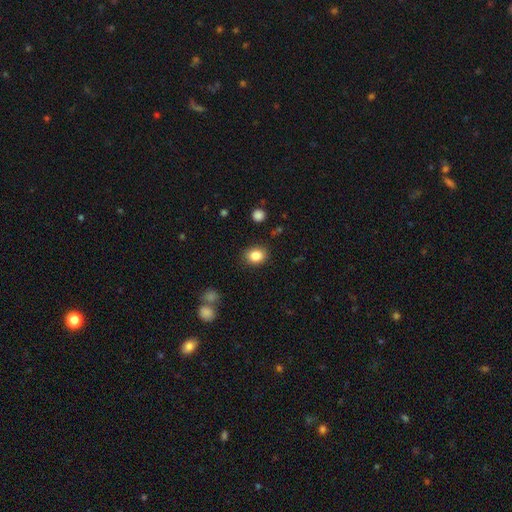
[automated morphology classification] smooth_or_featured: smooth (p=0.85) [alt: star or artifact p=0.10]
how_rounded: round (p=0.54) [alt: in between p=0.45]
merging: none (p=0.87) [alt: minor disturbance p=0.09]